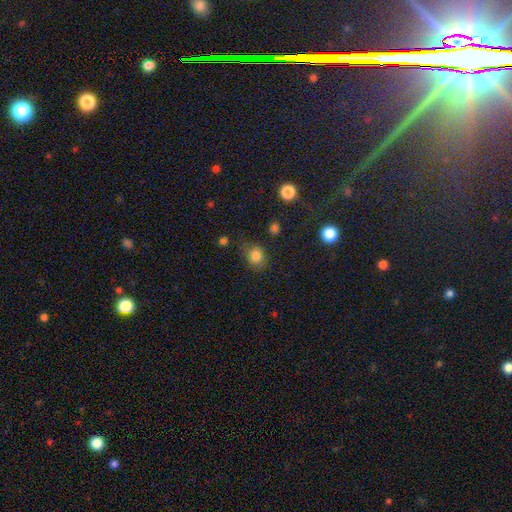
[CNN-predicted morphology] Overall: smooth (82%). How rounded: round (70%). Merging: none (74%).